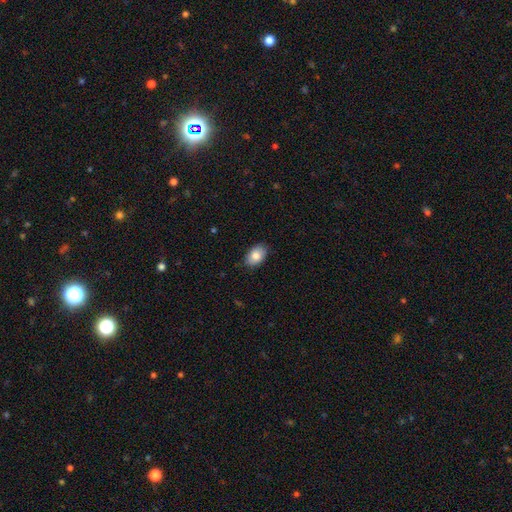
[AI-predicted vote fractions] Smooth or featured? Predicted: smooth (p=0.83). How rounded? Predicted: in between (p=0.88). Merging? Predicted: none (p=0.85).